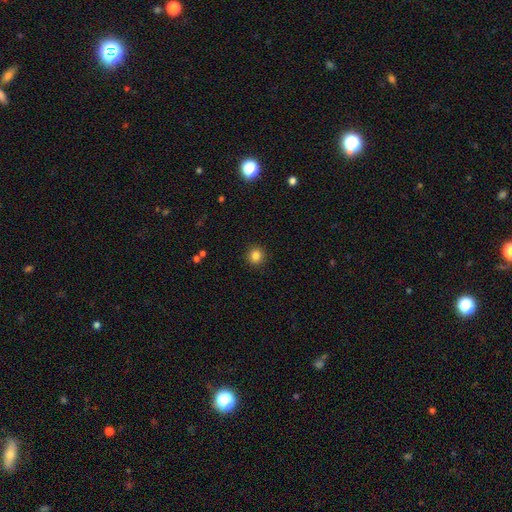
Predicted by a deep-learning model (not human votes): Smooth or featured?
  - smooth: 84% *
  - star or artifact: 11%
  - featured or disk: 4%
How rounded?
  - round: 91% *
  - in between: 8%
  - cigar-shaped: 1%
Merging?
  - none: 92% *
  - minor disturbance: 5%
  - major disturbance: 2%
  - merger: 1%